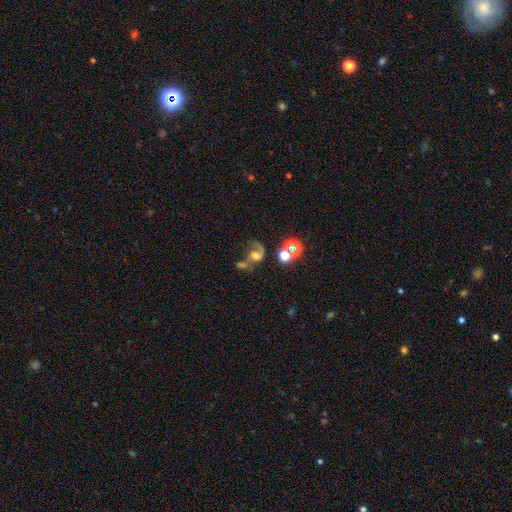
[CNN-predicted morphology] Smooth or featured: featured or disk — 59% (smooth — 24%)
Edge-on disk: no — 97% (yes — 3%)
Bar: no — 59% (weak — 30%)
Spiral arms: yes — 82% (no — 18%)
Bulge size: moderate — 46% (large — 21%)
Merging: merger — 39% (none — 25%)